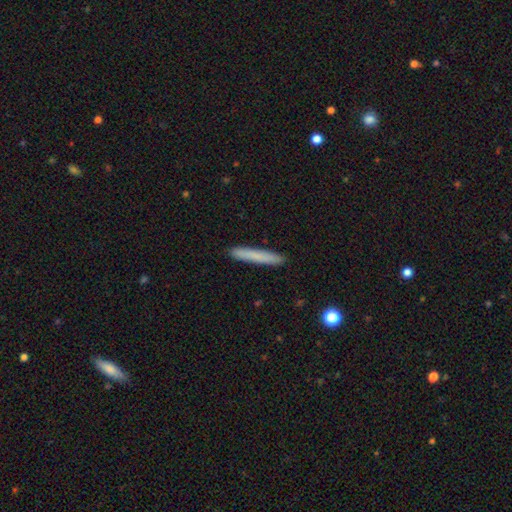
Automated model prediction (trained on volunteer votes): Smooth or featured? smooth (78%)
How rounded? cigar-shaped (96%)
Merging? none (91%)